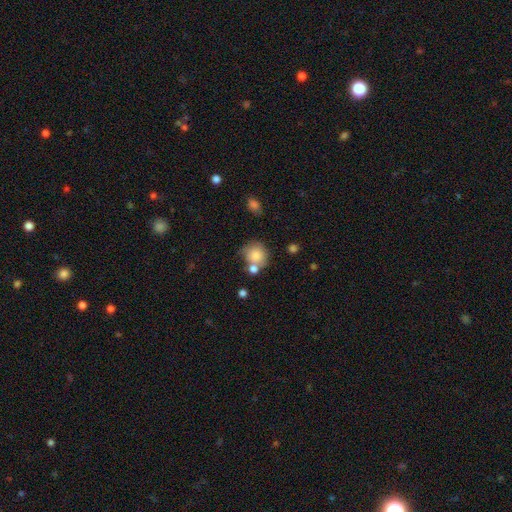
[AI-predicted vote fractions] The model was most divided on "merging": none: 52%, merger: 26%, minor disturbance: 16%, major disturbance: 6%. More confident: how rounded — round (84%); smooth or featured — smooth (81%).